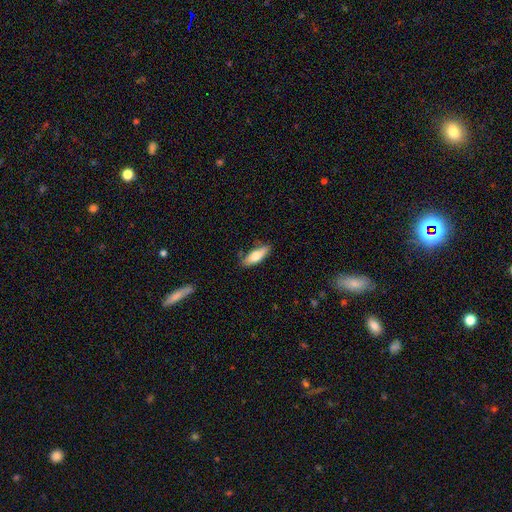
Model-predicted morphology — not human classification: The model was most divided on "how rounded": in between: 55%, cigar-shaped: 43%, round: 2%. More confident: merging — none (80%); smooth or featured — smooth (72%).